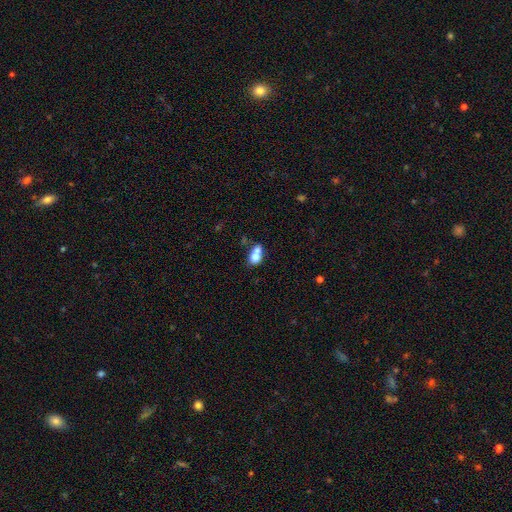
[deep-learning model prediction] Smooth or featured? smooth (73%)
How rounded? in between (73%)
Merging? merger (52%)